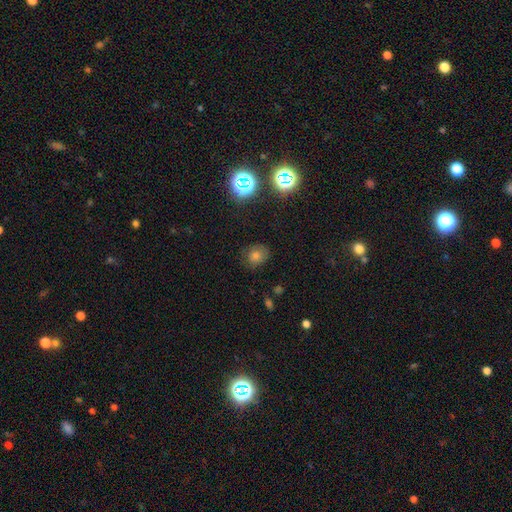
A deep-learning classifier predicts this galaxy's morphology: A smooth galaxy with no disk features (59%) that is round (73%). Merging: none (79%).